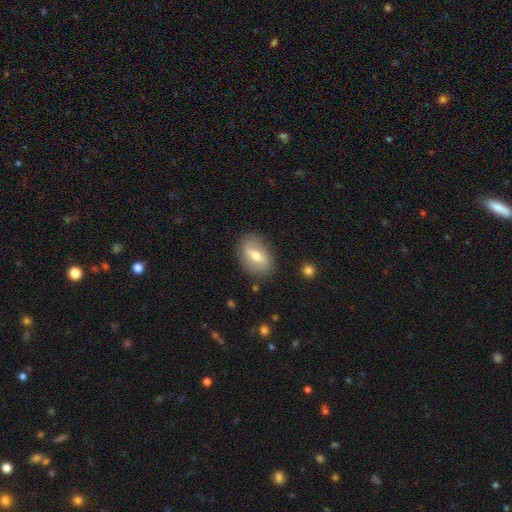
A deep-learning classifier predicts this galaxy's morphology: This is possibly a smooth galaxy (48%). Merging: clearly none (81%).